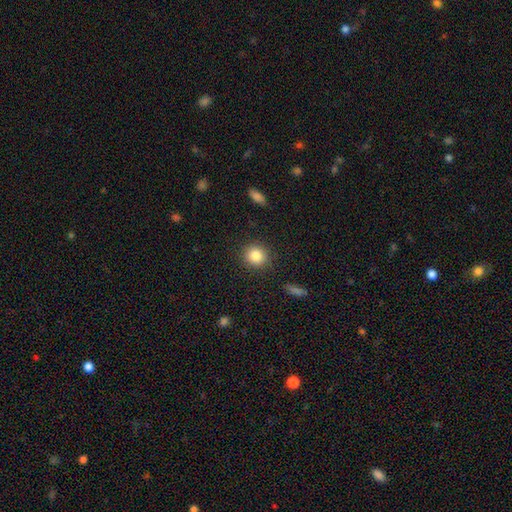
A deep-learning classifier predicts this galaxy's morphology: smooth-or-featured: smooth: 84% | star or artifact: 10% | featured or disk: 6%
  how-rounded: round: 88% | in between: 11% | cigar-shaped: 1%
  merging: none: 88% | minor disturbance: 8% | major disturbance: 2% | merger: 1%